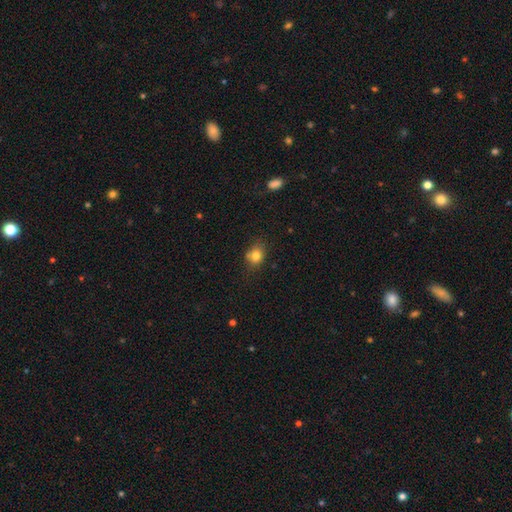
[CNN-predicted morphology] smooth-or-featured: smooth: 81% | star or artifact: 11% | featured or disk: 8%
  how-rounded: round: 51% | in between: 47% | cigar-shaped: 1%
  merging: none: 70% | minor disturbance: 21% | merger: 5% | major disturbance: 5%